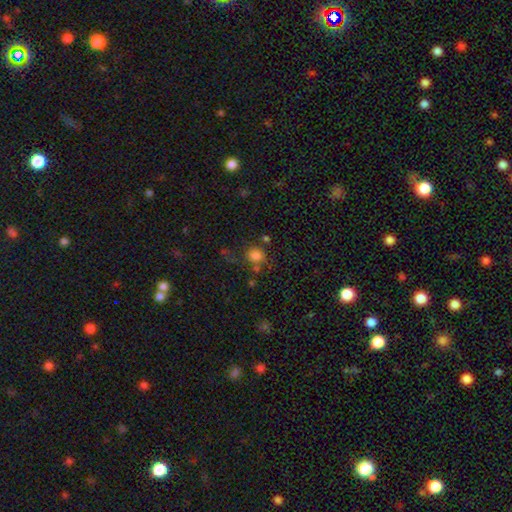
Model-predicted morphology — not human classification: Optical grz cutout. It shows a smooth galaxy with no disk features (81%) that is round (85%). Merging: none (66%).